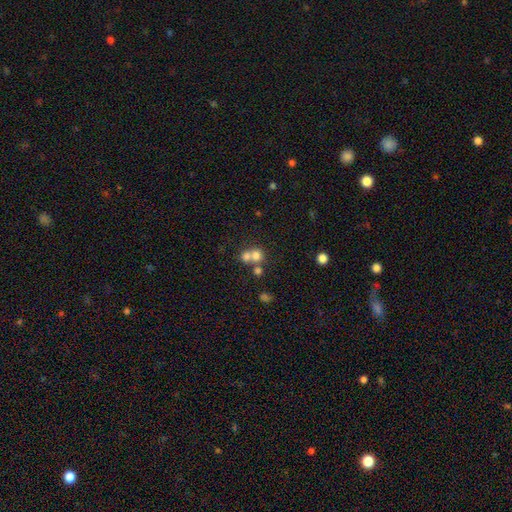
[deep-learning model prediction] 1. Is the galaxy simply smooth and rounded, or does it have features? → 70% smooth, 16% featured or disk, 14% star or artifact.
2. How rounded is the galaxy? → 82% round, 17% in between, 1% cigar-shaped.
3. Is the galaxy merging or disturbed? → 57% merger, 34% none, 5% minor disturbance, 3% major disturbance.